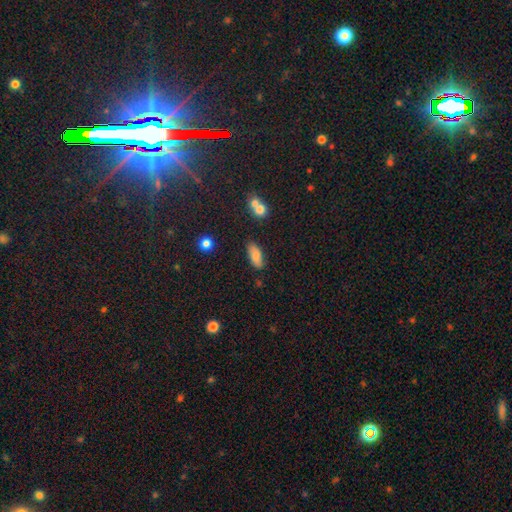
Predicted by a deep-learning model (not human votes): Smooth or featured?
  - smooth: 80% *
  - featured or disk: 12%
  - star or artifact: 8%
How rounded?
  - in between: 79% *
  - cigar-shaped: 18%
  - round: 3%
Merging?
  - none: 79% *
  - minor disturbance: 14%
  - merger: 4%
  - major disturbance: 3%